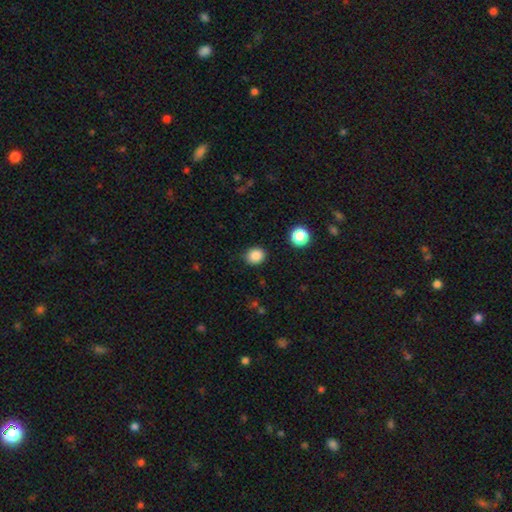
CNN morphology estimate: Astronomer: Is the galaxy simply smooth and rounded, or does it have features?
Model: smooth — 85%.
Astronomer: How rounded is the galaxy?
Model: round — 72%.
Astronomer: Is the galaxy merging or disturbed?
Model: none — 86%.